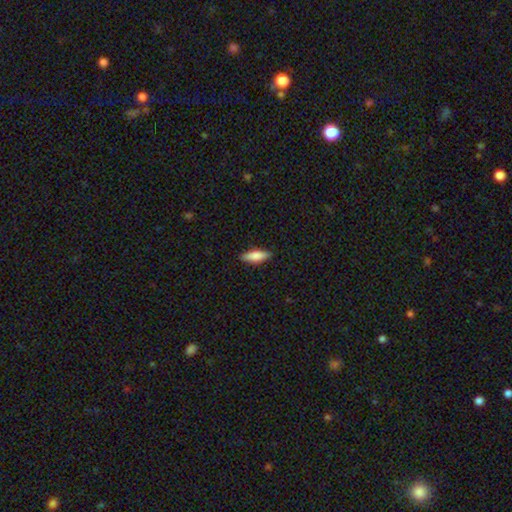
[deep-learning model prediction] This is likely a smooth galaxy (76%). How rounded: possibly cigar-shaped (51%). Merging: clearly none (87%).